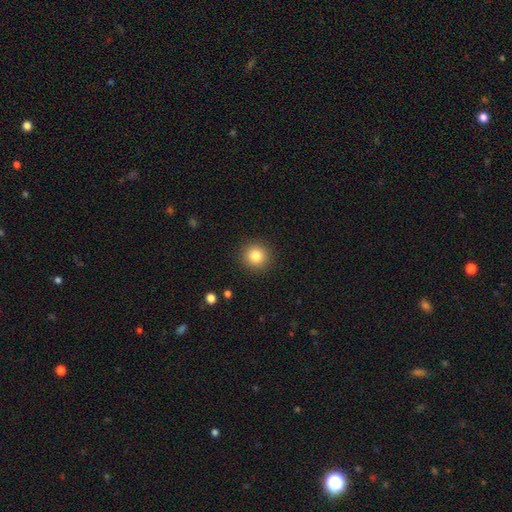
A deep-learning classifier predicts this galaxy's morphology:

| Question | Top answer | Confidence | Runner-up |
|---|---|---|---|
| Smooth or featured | smooth | 83% | star or artifact (10%) |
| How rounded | round | 93% | in between (6%) |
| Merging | none | 91% | minor disturbance (6%) |